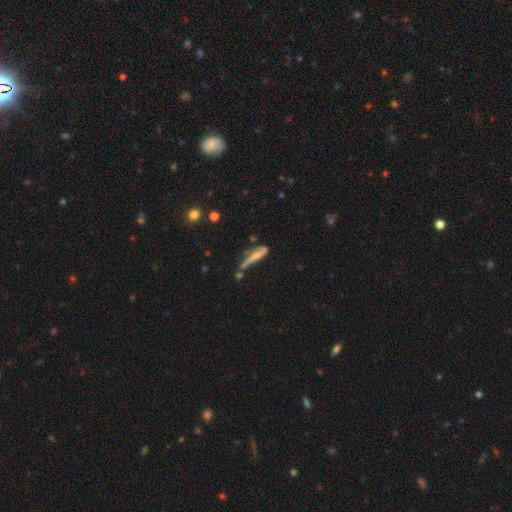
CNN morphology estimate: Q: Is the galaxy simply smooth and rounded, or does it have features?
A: featured or disk — 47%.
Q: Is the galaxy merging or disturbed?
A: none — 38%.